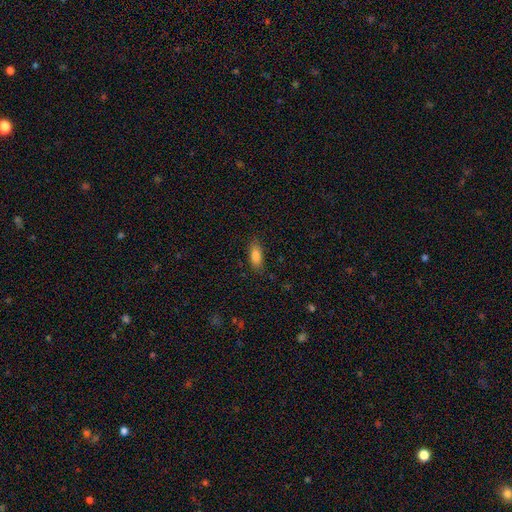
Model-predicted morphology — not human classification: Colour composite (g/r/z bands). It shows a smooth galaxy with no disk features (84%) that is in between round and cigar-shaped (81%). Merging: none (83%).